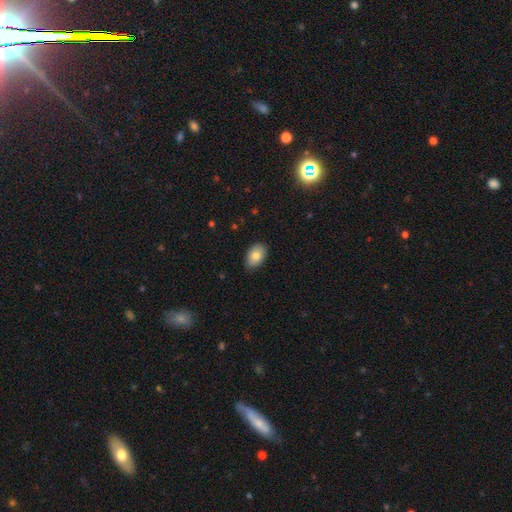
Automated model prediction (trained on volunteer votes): smooth 81%, featured or disk 12%, star or artifact 7%. Down the decision tree: how rounded — in between (89%); merging — none (84%).